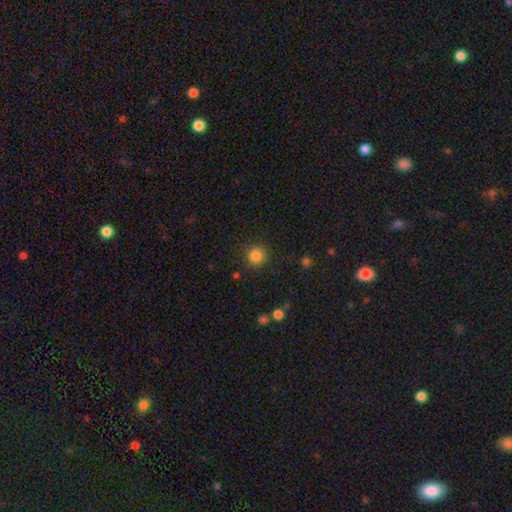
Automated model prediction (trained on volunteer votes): A smooth galaxy with no disk features (84%) that is round (92%). Merging: none (88%).